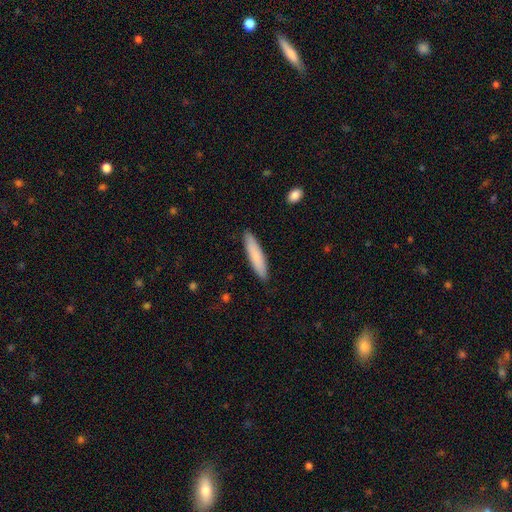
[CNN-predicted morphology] type=smooth (81%); roundness=cigar-shaped (83%); merging=none (89%).